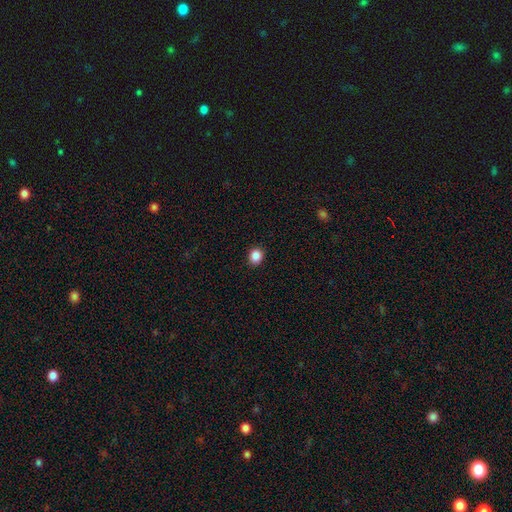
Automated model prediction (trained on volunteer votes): This appears to be a smooth galaxy with no disk features (87%) that is round (67%). Merging: none (91%).